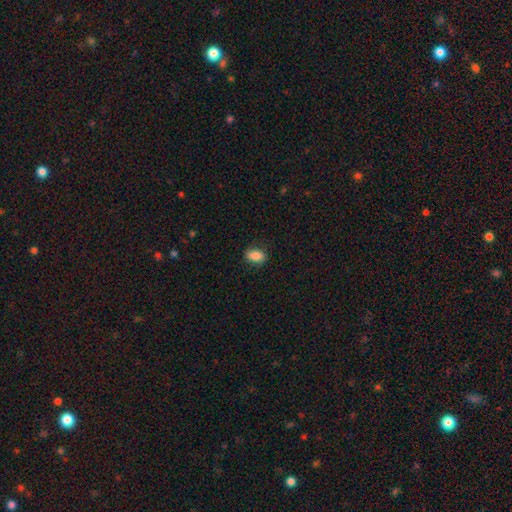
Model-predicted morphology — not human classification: A smooth galaxy with no disk features (85%) that is in between round and cigar-shaped (86%).

Vote fractions:
- Smooth or featured? smooth: 85% / star or artifact: 8% / featured or disk: 7%
- How rounded? in between: 86% / round: 11% / cigar-shaped: 3%
- Merging? none: 82% / minor disturbance: 14% / major disturbance: 3% / merger: 1%